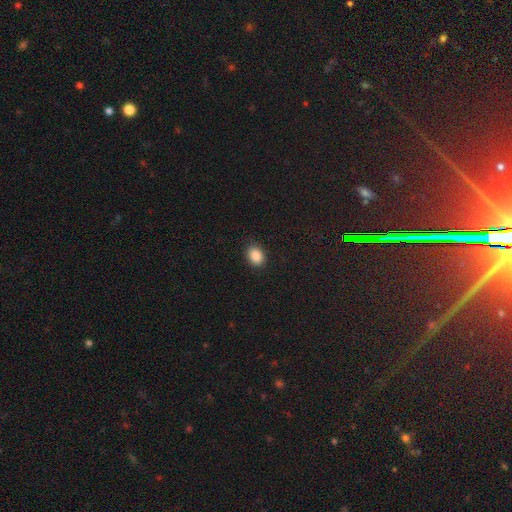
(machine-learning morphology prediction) Q: Smooth or featured?
A: smooth (87%); runner-up: star or artifact (9%)
Q: How rounded?
A: in between (63%); runner-up: round (36%)
Q: Merging?
A: none (89%); runner-up: minor disturbance (8%)